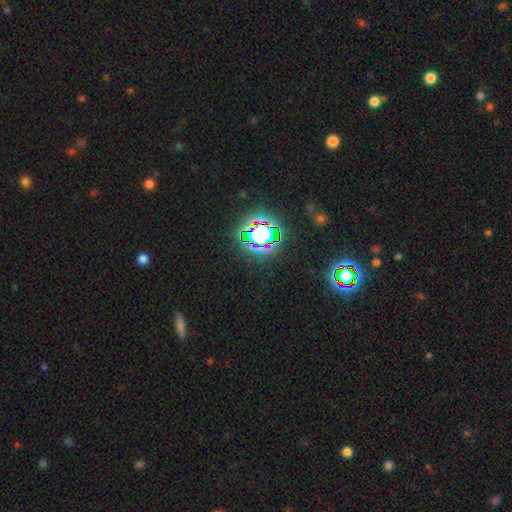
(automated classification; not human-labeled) smooth-or-featured: star or artifact: 79% | smooth: 14% | featured or disk: 8%